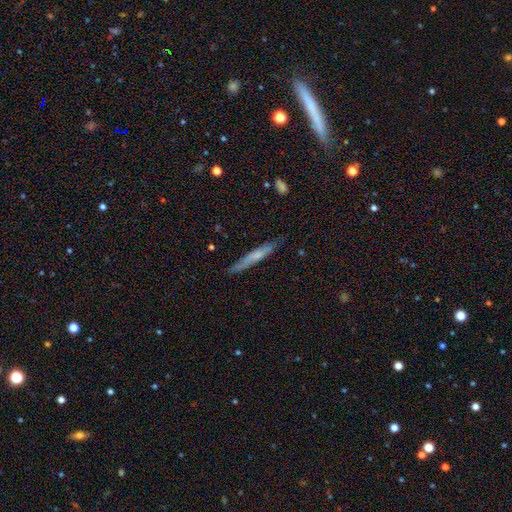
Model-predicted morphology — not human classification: smooth 51%, featured or disk 43%, star or artifact 6%. Down the decision tree: how rounded — cigar-shaped (95%); merging — none (83%).